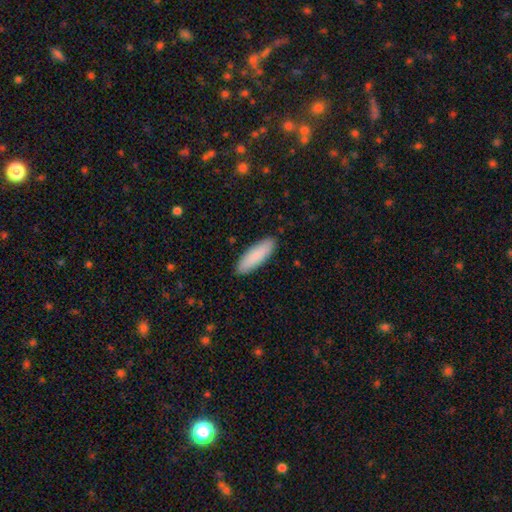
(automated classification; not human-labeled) Smooth or featured?
  - smooth: 87% *
  - featured or disk: 8%
  - star or artifact: 5%
How rounded?
  - cigar-shaped: 55% *
  - in between: 44%
  - round: 1%
Merging?
  - none: 90% *
  - minor disturbance: 8%
  - major disturbance: 2%
  - merger: 1%